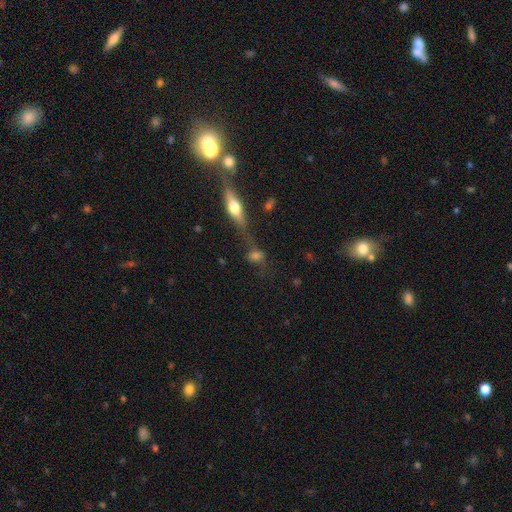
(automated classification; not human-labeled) A smooth galaxy with no disk features (52%) that is in between round and cigar-shaped (53%).

Vote fractions:
- Smooth or featured? smooth: 52% / featured or disk: 29% / star or artifact: 18%
- How rounded? in between: 53% / round: 32% / cigar-shaped: 15%
- Merging? none: 49% / merger: 22% / minor disturbance: 17% / major disturbance: 12%